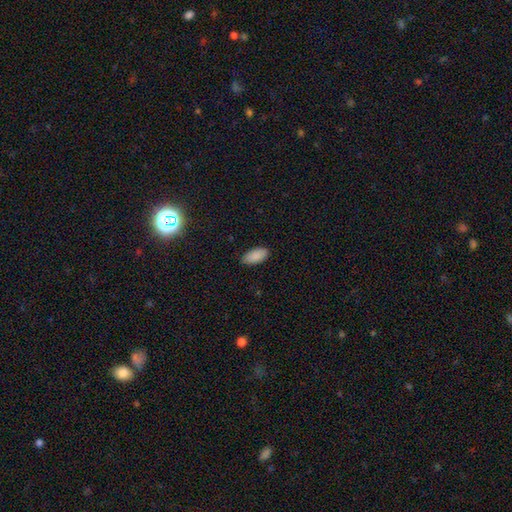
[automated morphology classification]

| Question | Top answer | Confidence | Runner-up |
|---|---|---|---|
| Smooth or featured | smooth | 89% | star or artifact (7%) |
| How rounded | in between | 93% | cigar-shaped (5%) |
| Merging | none | 86% | minor disturbance (11%) |